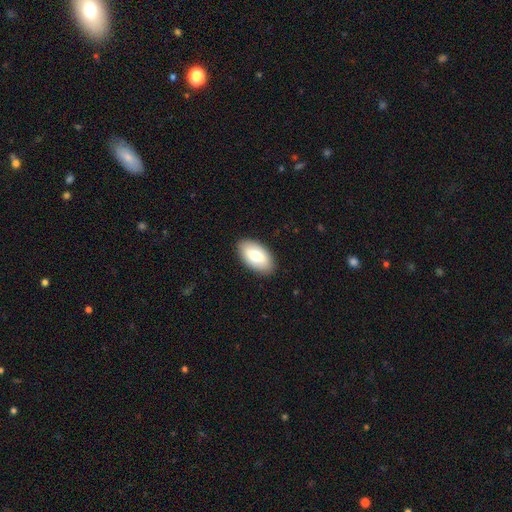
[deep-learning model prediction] Smooth or featured?
  - smooth: 73% *
  - featured or disk: 21%
  - star or artifact: 6%
How rounded?
  - in between: 95% *
  - round: 3%
  - cigar-shaped: 2%
Merging?
  - none: 89% *
  - minor disturbance: 8%
  - major disturbance: 2%
  - merger: 1%